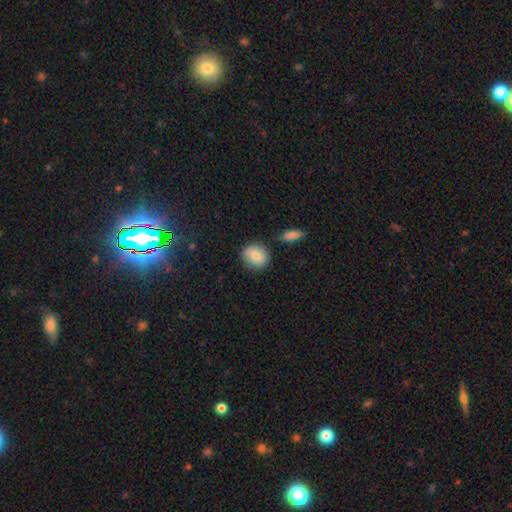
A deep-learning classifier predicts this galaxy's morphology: A smooth galaxy with no disk features (80%) that is round (60%).

Vote fractions:
- Smooth or featured? smooth: 80% / featured or disk: 12% / star or artifact: 7%
- How rounded? round: 60% / in between: 38% / cigar-shaped: 1%
- Merging? none: 81% / minor disturbance: 12% / merger: 4% / major disturbance: 3%